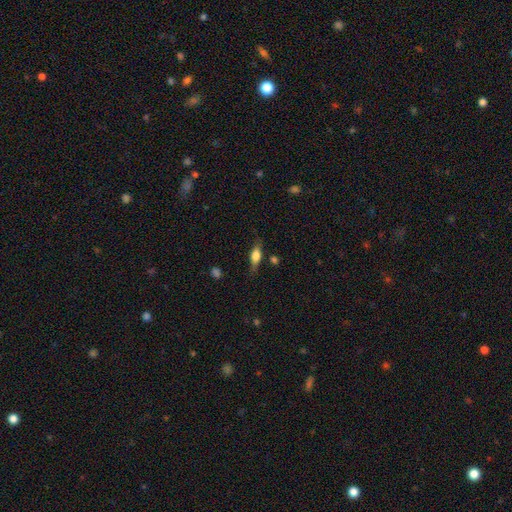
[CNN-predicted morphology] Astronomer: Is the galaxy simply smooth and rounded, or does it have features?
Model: smooth — 61%.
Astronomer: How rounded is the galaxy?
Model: in between — 65%.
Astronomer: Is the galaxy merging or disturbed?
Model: none — 73%.